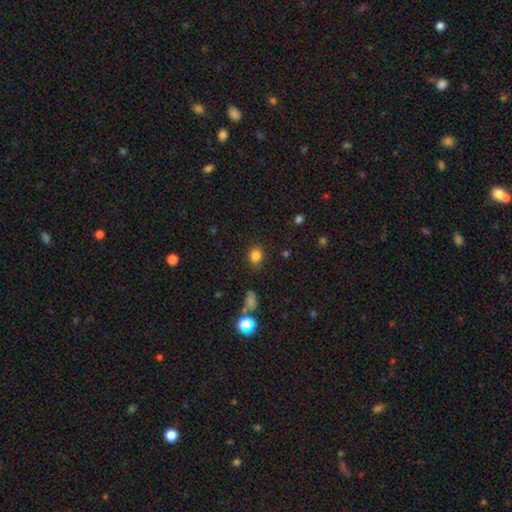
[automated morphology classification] A smooth galaxy with no disk features (82%) that is round (63%). Merging: none (83%).